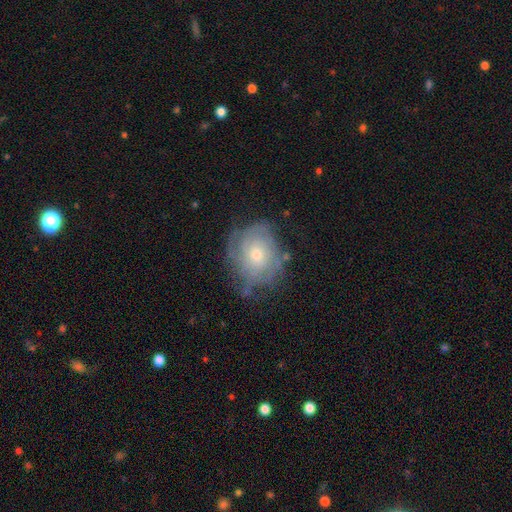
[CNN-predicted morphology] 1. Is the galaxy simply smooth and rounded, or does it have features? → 66% featured or disk, 26% smooth, 8% star or artifact.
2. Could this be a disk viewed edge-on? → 97% no, 3% yes.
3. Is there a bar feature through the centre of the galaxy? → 82% no, 16% weak, 2% strong.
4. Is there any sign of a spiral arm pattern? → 81% yes, 19% no.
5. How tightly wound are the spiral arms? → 66% tight, 25% medium, 9% loose.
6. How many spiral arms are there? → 55% can't tell, 13% 2, 13% 3, 9% 4, 5% more than 4, 5% 1.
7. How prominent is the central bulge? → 48% moderate, 47% small, 3% large, 1% none, 1% dominant.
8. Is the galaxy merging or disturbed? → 61% none, 25% minor disturbance, 11% major disturbance, 2% merger.